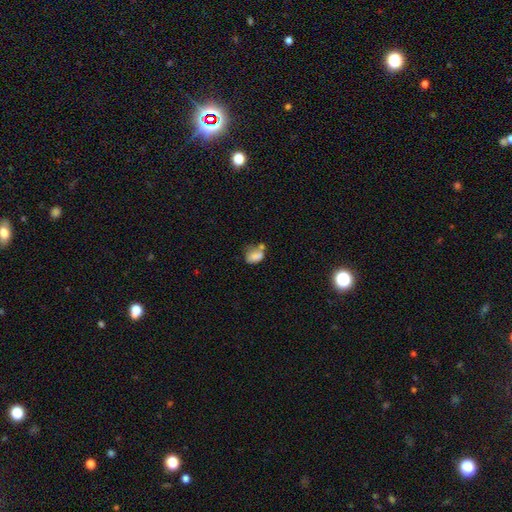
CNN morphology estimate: Q: Smooth or featured?
A: smooth (73%); runner-up: featured or disk (16%)
Q: How rounded?
A: in between (72%); runner-up: round (26%)
Q: Merging?
A: merger (34%); runner-up: none (30%)